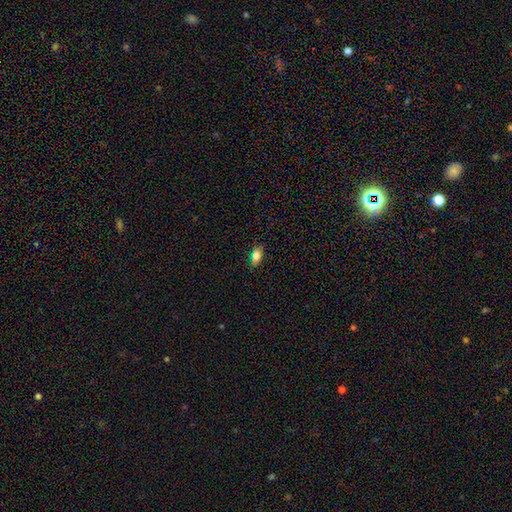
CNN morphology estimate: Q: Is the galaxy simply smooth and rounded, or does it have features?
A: smooth — 74%.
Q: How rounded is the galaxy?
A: in between — 84%.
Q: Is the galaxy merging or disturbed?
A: none — 83%.